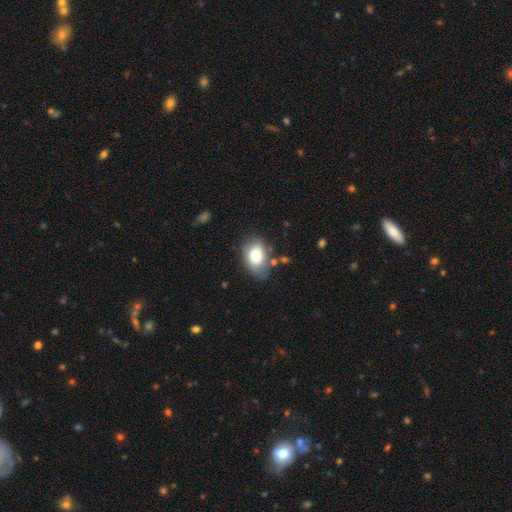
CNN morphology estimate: This appears to be a smooth galaxy with no disk features (78%) that is in between round and cigar-shaped (85%). Merging: none (63%).